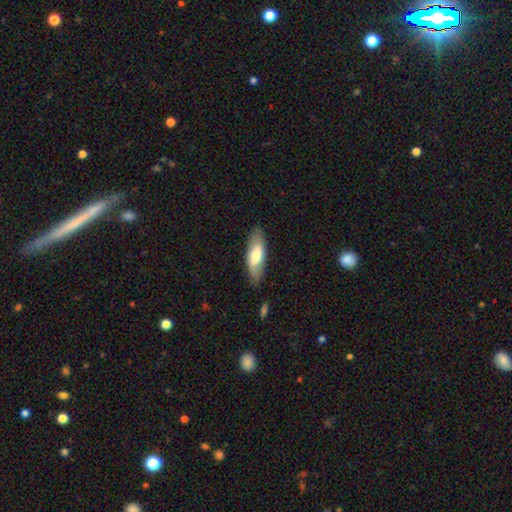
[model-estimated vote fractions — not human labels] A smooth galaxy with no disk features (65%) that is in between round and cigar-shaped (66%).

Vote fractions:
- Smooth or featured? smooth: 65% / featured or disk: 29% / star or artifact: 6%
- How rounded? in between: 66% / cigar-shaped: 32% / round: 2%
- Merging? none: 82% / minor disturbance: 13% / major disturbance: 3% / merger: 1%